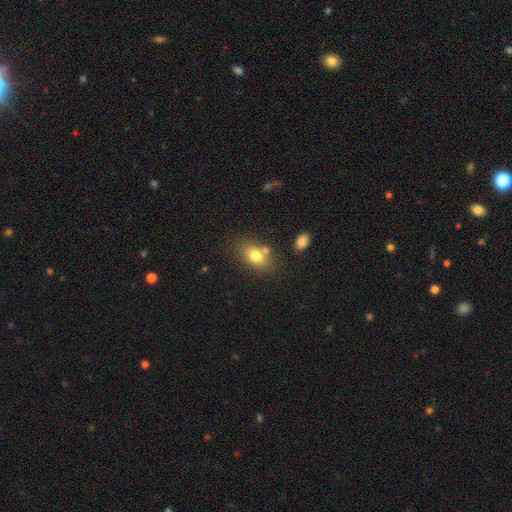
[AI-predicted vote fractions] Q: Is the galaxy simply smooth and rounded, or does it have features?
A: smooth — 77%.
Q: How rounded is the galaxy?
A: in between — 78%.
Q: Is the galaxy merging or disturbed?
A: none — 64%.